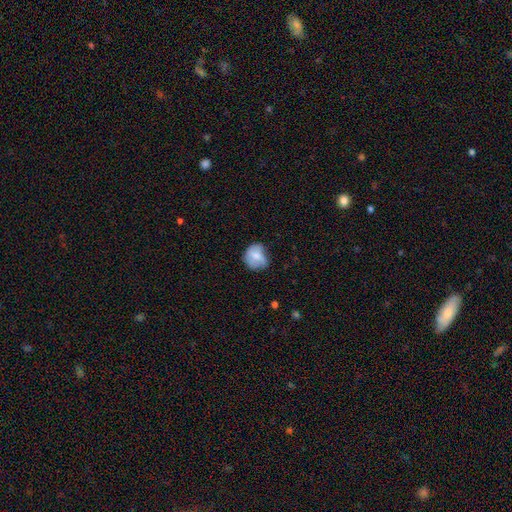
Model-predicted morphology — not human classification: This appears to be a smooth galaxy with no disk features (68%) that is round (70%). Merging: none (51%).